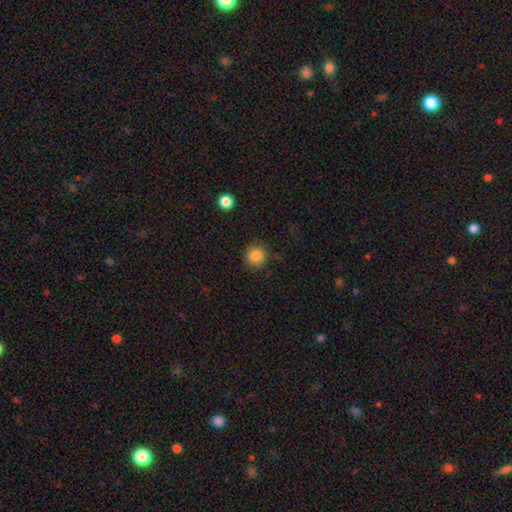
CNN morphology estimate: A smooth galaxy with no disk features (85%) that is round (92%). Merging: none (86%).